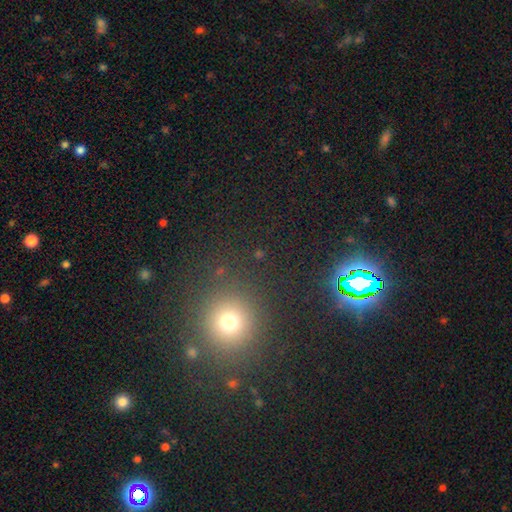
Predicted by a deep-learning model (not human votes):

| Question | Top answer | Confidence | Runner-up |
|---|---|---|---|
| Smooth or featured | smooth | 47% | star or artifact (46%) |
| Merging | none | 88% | minor disturbance (6%) |